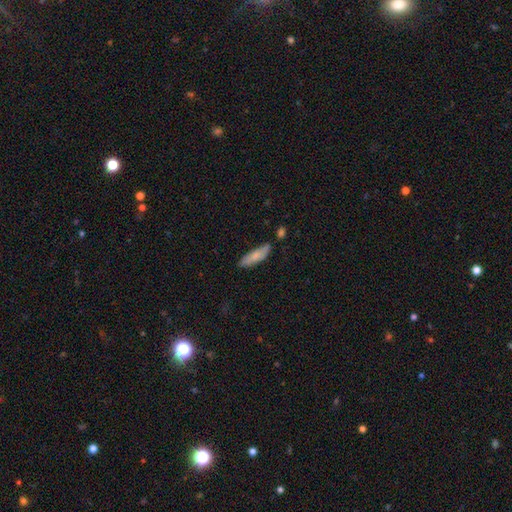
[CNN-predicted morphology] Smooth or featured? smooth (77%)
How rounded? cigar-shaped (57%)
Merging? none (74%)